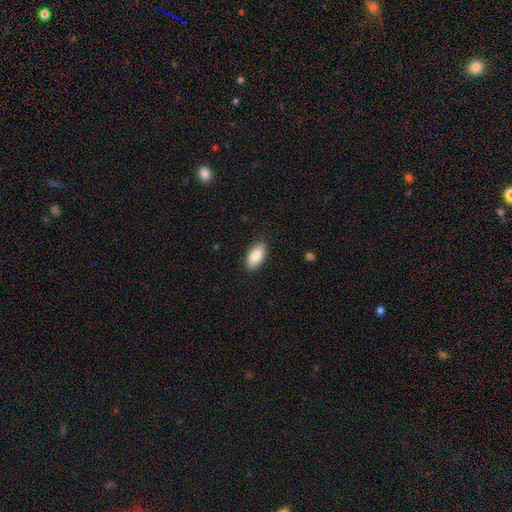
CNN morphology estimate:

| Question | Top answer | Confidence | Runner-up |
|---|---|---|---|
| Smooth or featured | smooth | 85% | featured or disk (8%) |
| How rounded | in between | 93% | cigar-shaped (5%) |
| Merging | none | 87% | minor disturbance (10%) |